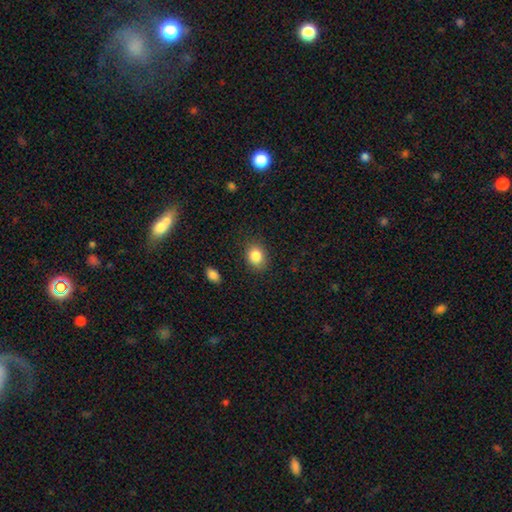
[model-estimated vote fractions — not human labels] A smooth galaxy with no disk features (85%) that is round (52%). Merging: none (85%).